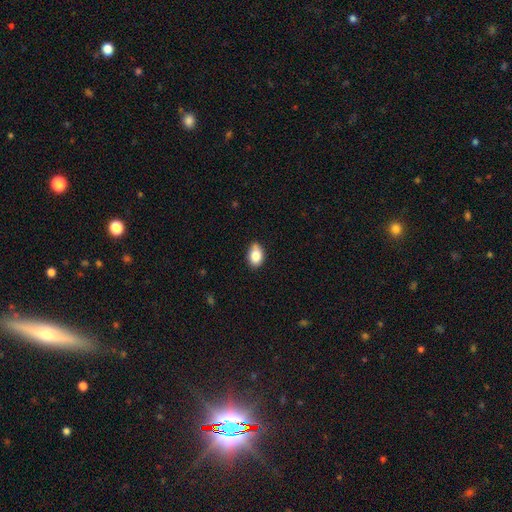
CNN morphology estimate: This appears to be a smooth galaxy with no disk features (85%) that is in between round and cigar-shaped (85%). Merging: none (69%).